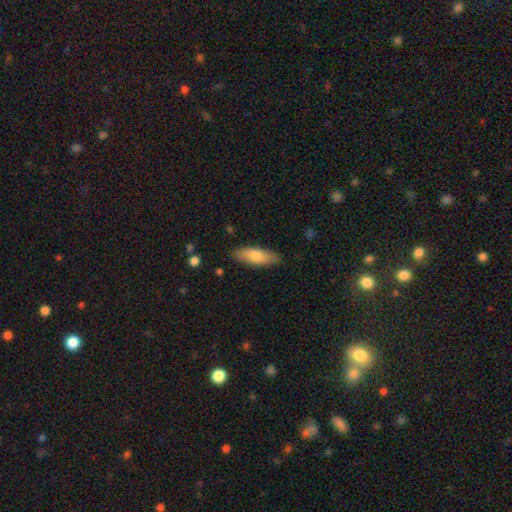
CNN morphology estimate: A smooth galaxy with no disk features (74%) that is in between round and cigar-shaped (62%). Merging: none (86%).